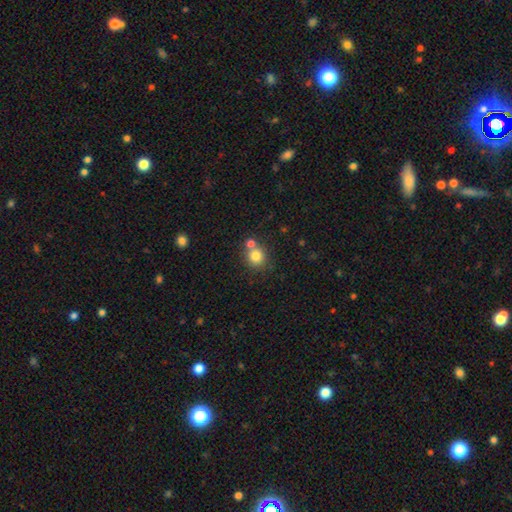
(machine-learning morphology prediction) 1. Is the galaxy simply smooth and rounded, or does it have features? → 80% smooth, 12% star or artifact, 9% featured or disk.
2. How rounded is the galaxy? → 87% round, 12% in between, 1% cigar-shaped.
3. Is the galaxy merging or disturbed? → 61% none, 27% merger, 8% minor disturbance, 3% major disturbance.